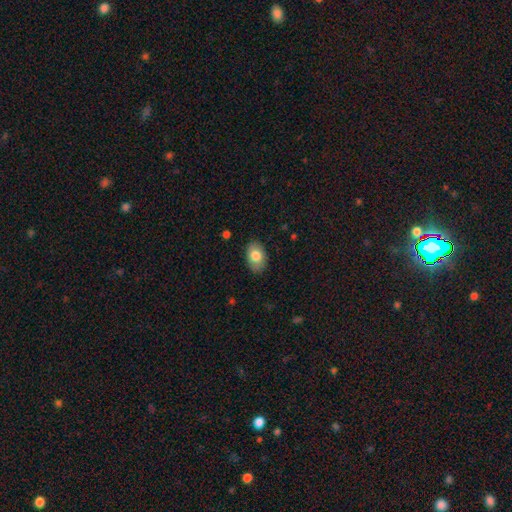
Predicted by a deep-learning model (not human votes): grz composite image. It shows a smooth galaxy with no disk features (80%) that is in between round and cigar-shaped (85%). Merging: none (86%).